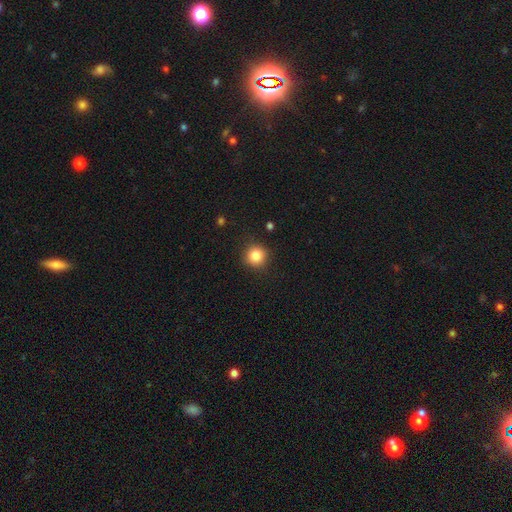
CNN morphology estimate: Overall: smooth (85%). How rounded: round (93%). Merging: none (89%).